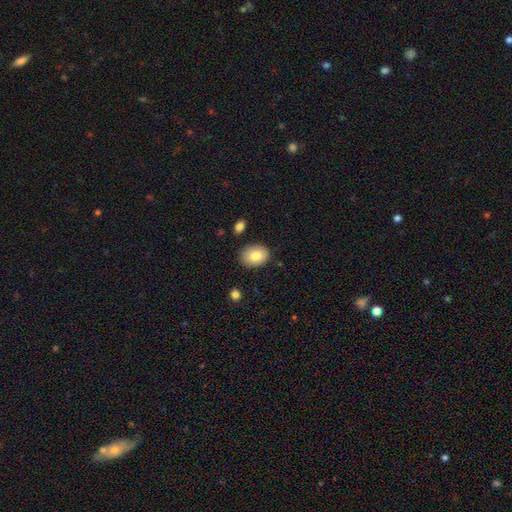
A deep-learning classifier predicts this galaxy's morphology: Q: Smooth or featured?
A: smooth (81%); runner-up: featured or disk (11%)
Q: How rounded?
A: in between (73%); runner-up: round (26%)
Q: Merging?
A: none (82%); runner-up: minor disturbance (13%)